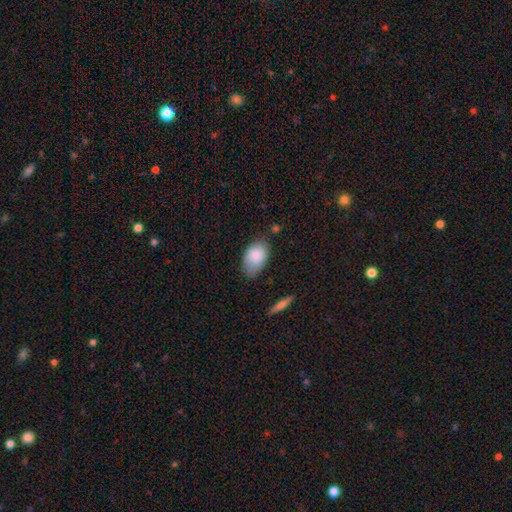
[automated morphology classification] The model was most divided on "merging": none: 68%, minor disturbance: 25%, major disturbance: 5%, merger: 3%. More confident: how rounded — in between (91%); smooth or featured — smooth (84%).